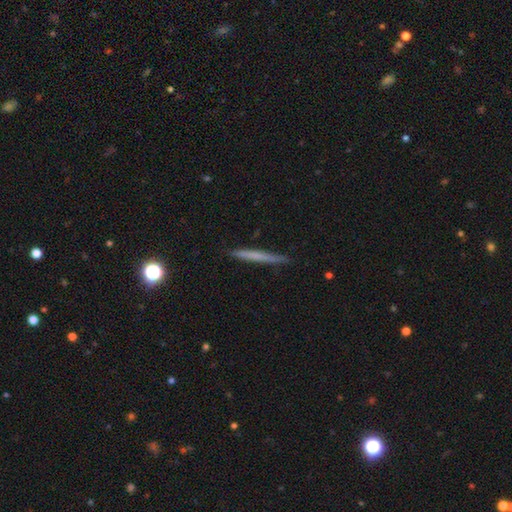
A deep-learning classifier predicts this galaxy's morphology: A smooth galaxy with no disk features (54%) that is cigar-shaped (96%).

Vote fractions:
- Smooth or featured? smooth: 54% / featured or disk: 39% / star or artifact: 7%
- How rounded? cigar-shaped: 96% / in between: 2% / round: 2%
- Merging? none: 89% / minor disturbance: 8% / major disturbance: 1% / merger: 1%